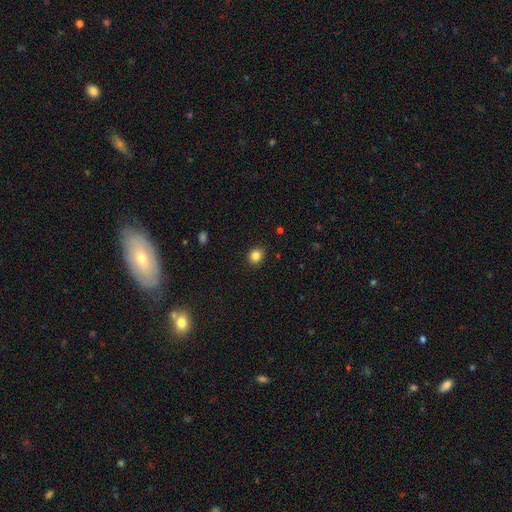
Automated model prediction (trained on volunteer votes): Overall: smooth (84%). How rounded: round (74%). Merging: none (90%).